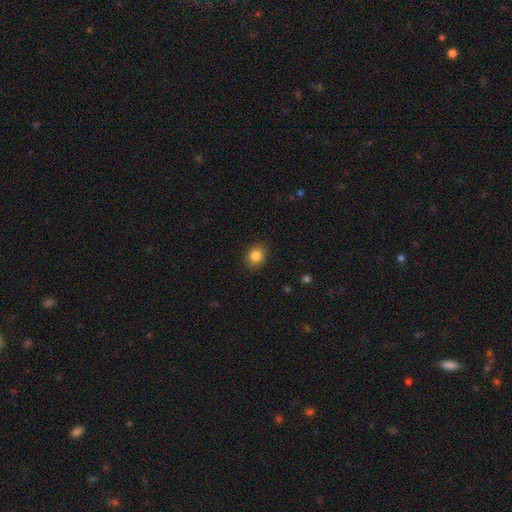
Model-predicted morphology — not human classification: smooth 84%, star or artifact 10%, featured or disk 6%. Down the decision tree: how rounded — round (58%); merging — none (89%).